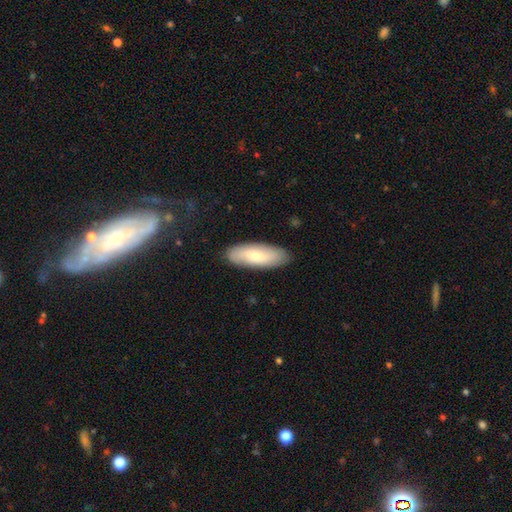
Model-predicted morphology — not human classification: smooth 67%, featured or disk 27%, star or artifact 6%. Down the decision tree: how rounded — in between (68%); merging — none (86%).